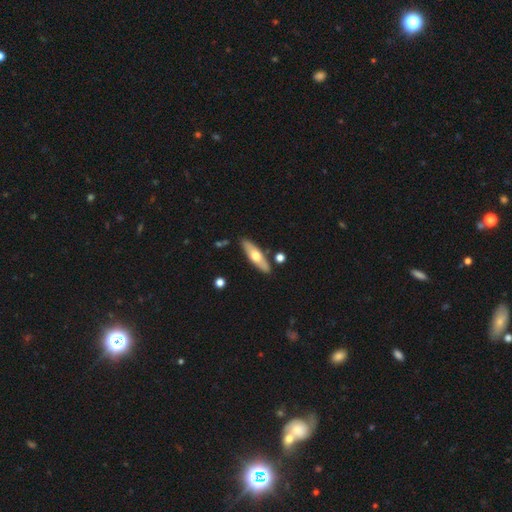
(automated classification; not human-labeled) Morphology: type=smooth (52%); roundness=cigar-shaped (56%); merging=none (84%).